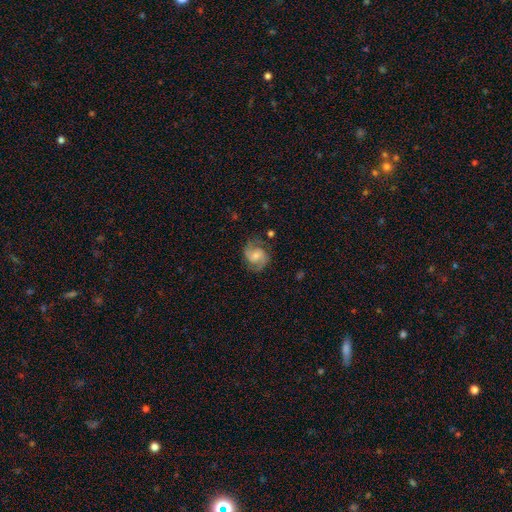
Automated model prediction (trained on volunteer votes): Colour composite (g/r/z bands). It shows a featured or disk galaxy (80%) with no bar (54%), 2 (87%) medium (54%) spiral arms (96%) and a small central bulge (50%). Merging: none (74%).